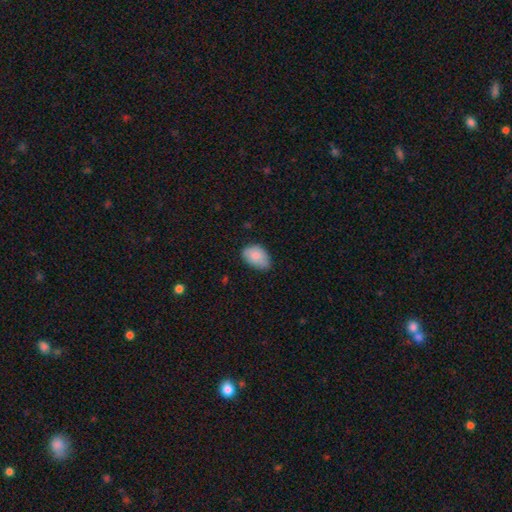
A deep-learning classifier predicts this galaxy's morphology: A smooth galaxy with no disk features (83%) that is in between round and cigar-shaped (85%).

Vote fractions:
- Smooth or featured? smooth: 83% / featured or disk: 10% / star or artifact: 7%
- How rounded? in between: 85% / round: 14% / cigar-shaped: 1%
- Merging? none: 60% / minor disturbance: 34% / major disturbance: 5% / merger: 1%